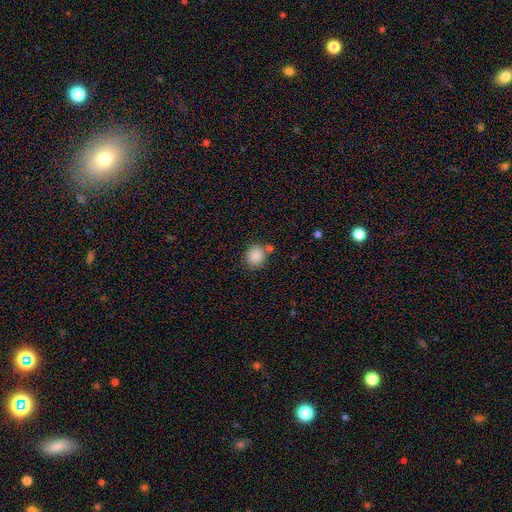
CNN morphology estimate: The model was most divided on "merging": none: 71%, minor disturbance: 13%, merger: 13%, major disturbance: 4%. More confident: smooth or featured — smooth (87%); how rounded — round (80%).